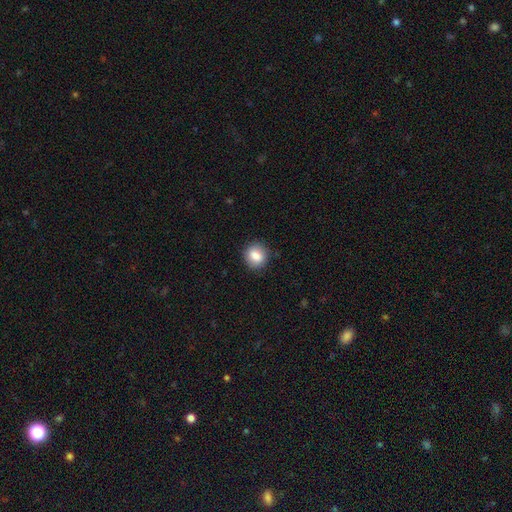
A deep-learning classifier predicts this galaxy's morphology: smooth-or-featured: smooth: 85% | star or artifact: 9% | featured or disk: 7%
  how-rounded: round: 81% | in between: 18% | cigar-shaped: 1%
  merging: none: 89% | minor disturbance: 8% | major disturbance: 2% | merger: 1%